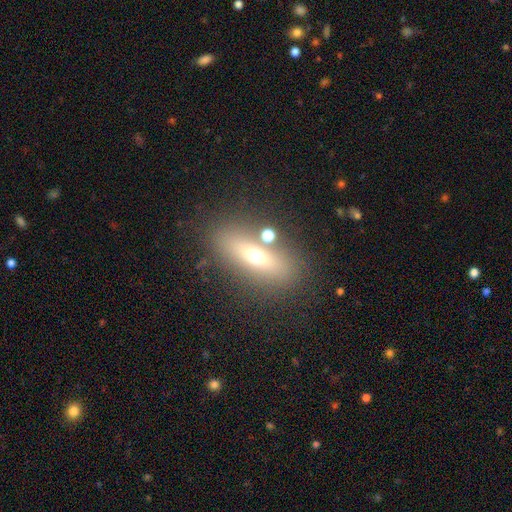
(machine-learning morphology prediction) Smooth or featured? Predicted: smooth (p=0.53). How rounded? Predicted: in between (p=0.56). Merging? Predicted: none (p=0.76).